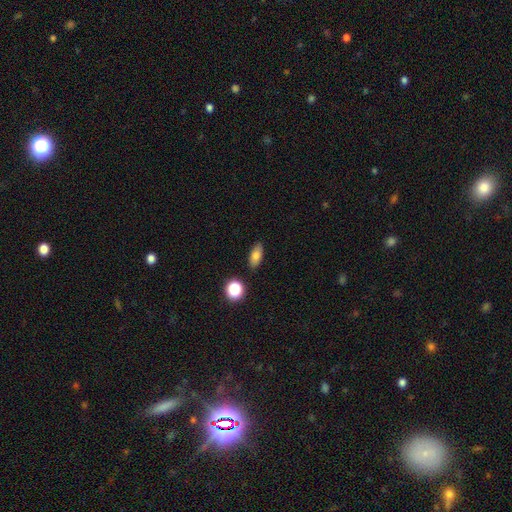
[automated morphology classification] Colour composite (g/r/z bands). It shows a smooth galaxy with no disk features (78%) that is in between round and cigar-shaped (83%). Merging: none (86%).